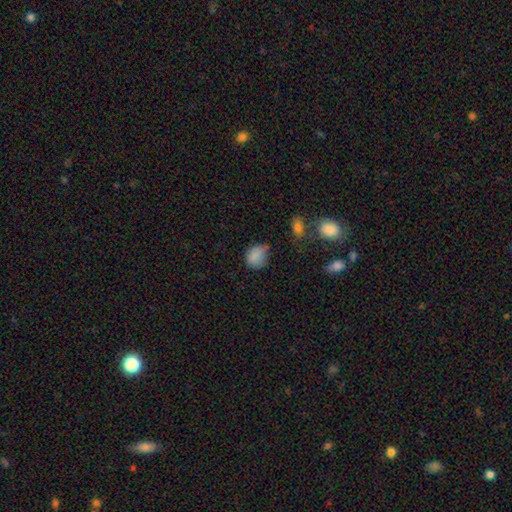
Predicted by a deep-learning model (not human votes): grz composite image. It shows a smooth galaxy with no disk features (82%) that is round (57%). Merging: none (52%).